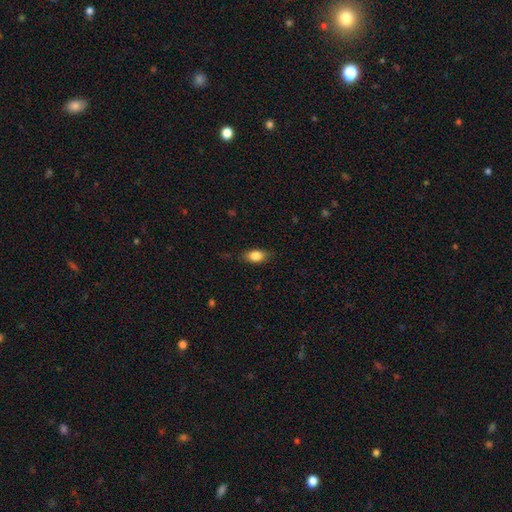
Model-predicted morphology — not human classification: This is clearly a smooth galaxy (85%). How rounded: clearly in between (86%). Merging: clearly none (81%).